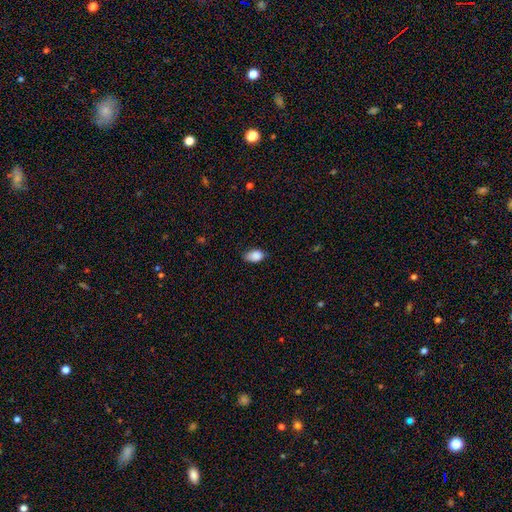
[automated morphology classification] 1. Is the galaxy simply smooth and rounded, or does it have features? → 88% smooth, 8% star or artifact, 4% featured or disk.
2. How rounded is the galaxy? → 87% in between, 11% round, 1% cigar-shaped.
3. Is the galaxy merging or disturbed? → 67% none, 28% minor disturbance, 4% major disturbance, 1% merger.